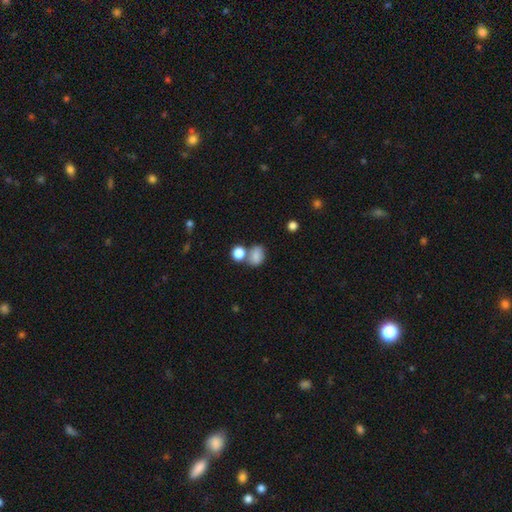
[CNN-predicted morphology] This is clearly a smooth galaxy (81%). How rounded: likely in between (66%). Merging: marginally none (44%).